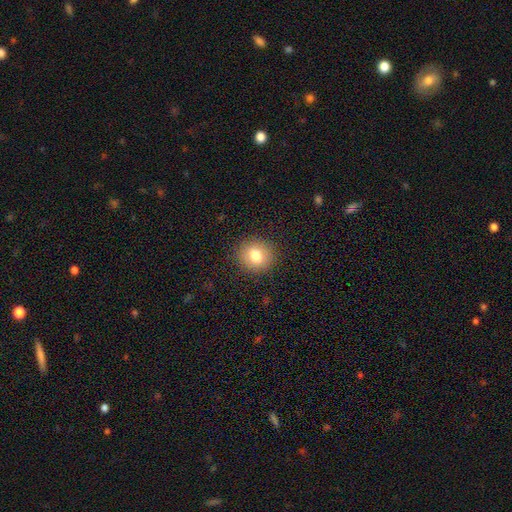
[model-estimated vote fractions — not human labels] smooth_or_featured: smooth (p=0.78) [alt: featured or disk p=0.11]
how_rounded: round (p=0.83) [alt: in between p=0.16]
merging: none (p=0.89) [alt: minor disturbance p=0.07]